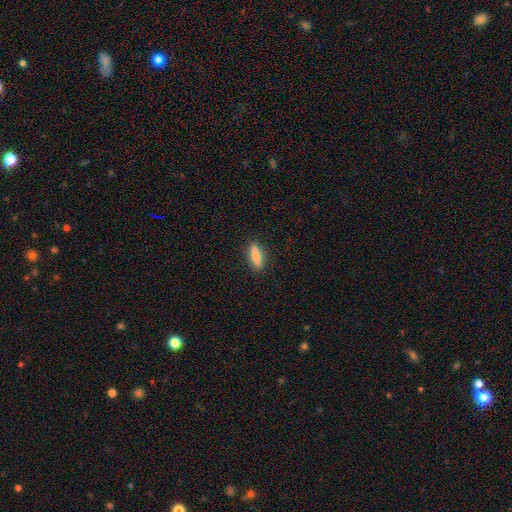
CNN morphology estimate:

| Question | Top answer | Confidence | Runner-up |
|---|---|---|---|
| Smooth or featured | smooth | 82% | featured or disk (11%) |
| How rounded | cigar-shaped | 63% | in between (35%) |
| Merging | none | 89% | minor disturbance (8%) |